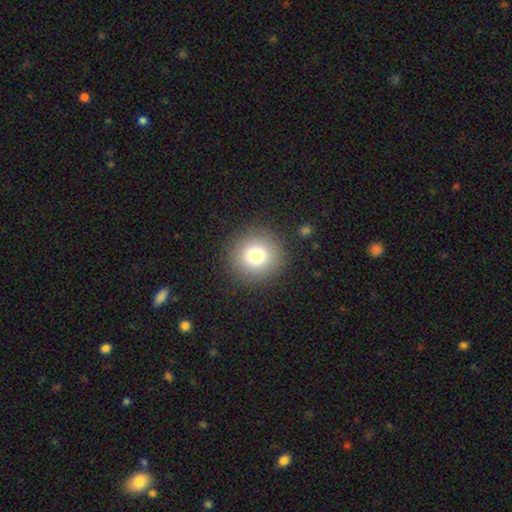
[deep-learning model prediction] Morphology: type=smooth (78%); roundness=round (95%); merging=none (90%).